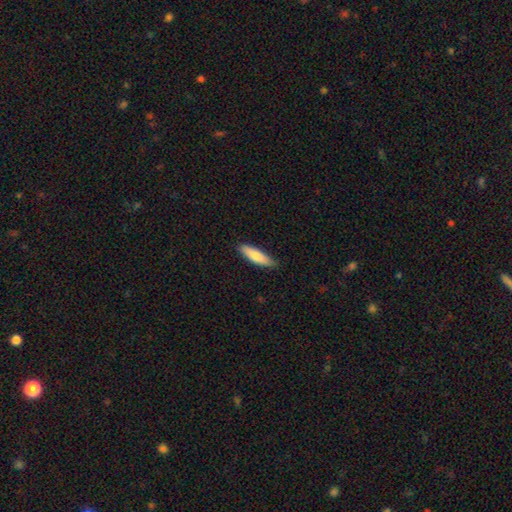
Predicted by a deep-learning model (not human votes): smooth 80%, featured or disk 15%, star or artifact 5%. Down the decision tree: how rounded — cigar-shaped (62%); merging — none (84%).